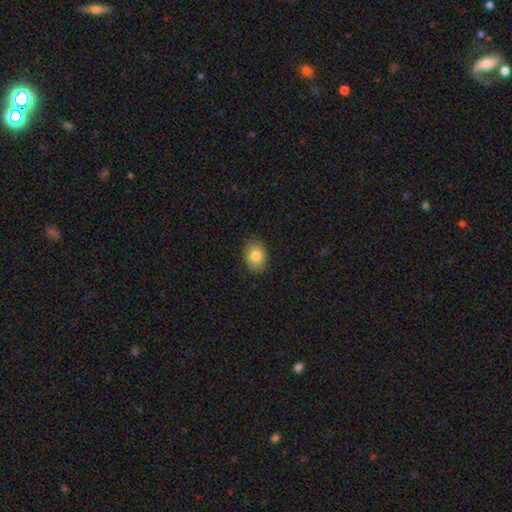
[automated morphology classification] Smooth or featured? smooth (81%)
How rounded? in between (67%)
Merging? none (88%)